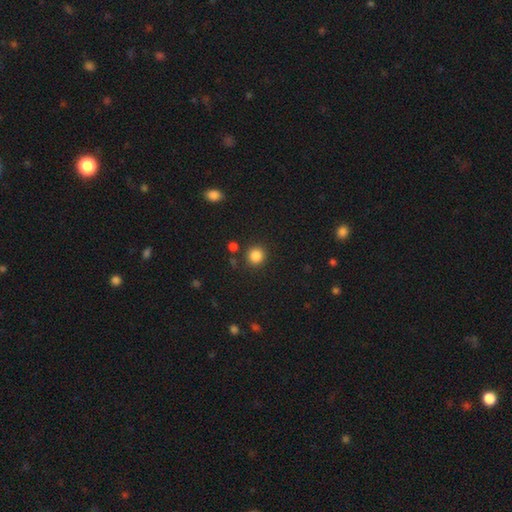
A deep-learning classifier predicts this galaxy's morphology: Smooth or featured? smooth (85%)
How rounded? round (90%)
Merging? none (87%)